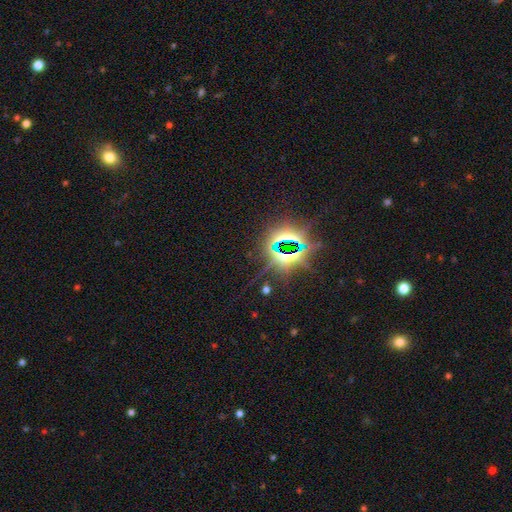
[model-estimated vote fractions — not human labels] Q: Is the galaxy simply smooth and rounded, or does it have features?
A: star or artifact — 82%.